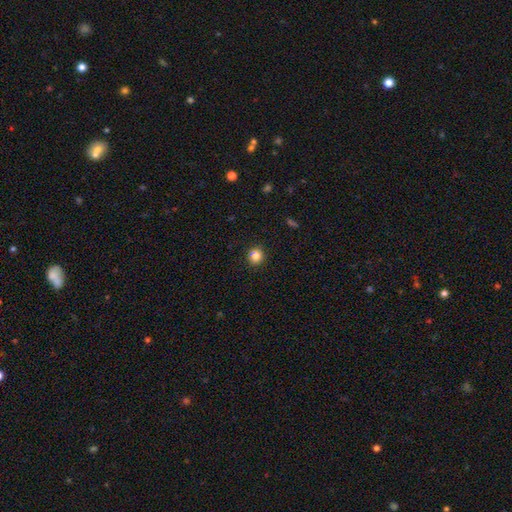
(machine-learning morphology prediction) A smooth galaxy with no disk features (83%) that is round (85%). Merging: none (82%).